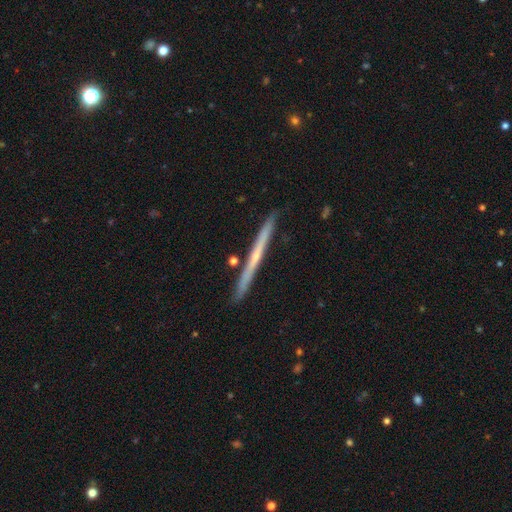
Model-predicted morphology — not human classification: The model was most divided on "edge-on bulge": none: 60%, rounded: 36%, boxy: 4%. More confident: edge-on disk — yes (98%); merging — none (89%); smooth or featured — featured or disk (66%).